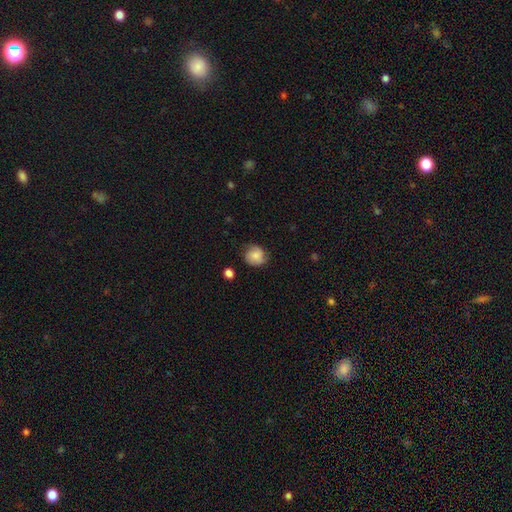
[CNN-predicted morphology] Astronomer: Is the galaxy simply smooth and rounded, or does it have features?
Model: smooth — 75%.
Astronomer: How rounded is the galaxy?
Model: round — 86%.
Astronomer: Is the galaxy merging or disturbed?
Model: none — 74%.